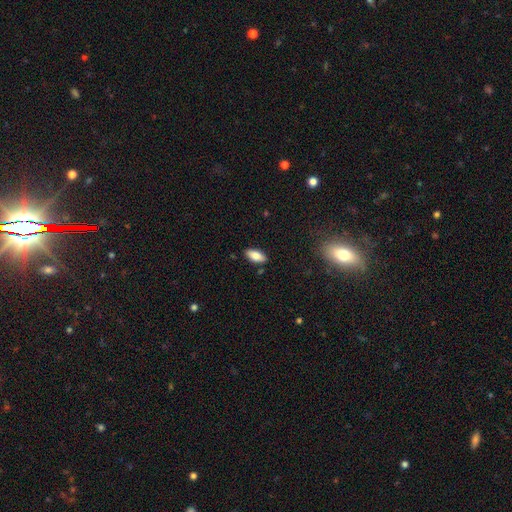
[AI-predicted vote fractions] Smooth or featured?
  - smooth: 80% *
  - featured or disk: 13%
  - star or artifact: 7%
How rounded?
  - in between: 87% *
  - cigar-shaped: 11%
  - round: 2%
Merging?
  - none: 86% *
  - minor disturbance: 10%
  - major disturbance: 2%
  - merger: 2%